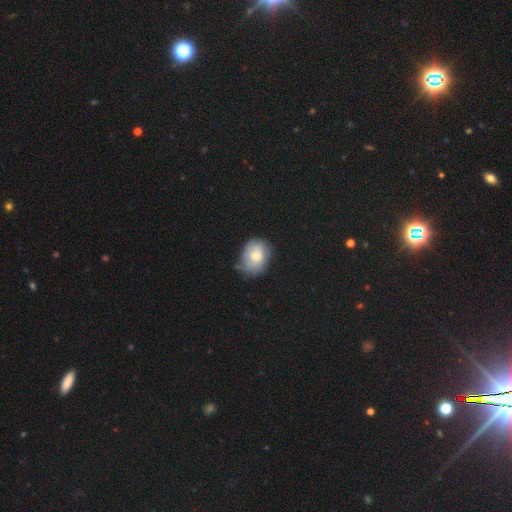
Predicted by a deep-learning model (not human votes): Smooth or featured? Predicted: smooth (p=0.68). How rounded? Predicted: in between (p=0.61). Merging? Predicted: none (p=0.62).